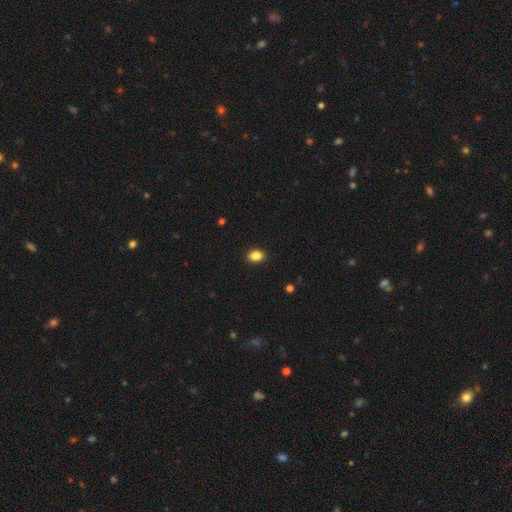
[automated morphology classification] smooth-or-featured: smooth: 86% | star or artifact: 10% | featured or disk: 4%
  how-rounded: in between: 73% | round: 26% | cigar-shaped: 1%
  merging: none: 91% | minor disturbance: 7% | major disturbance: 2% | merger: 1%